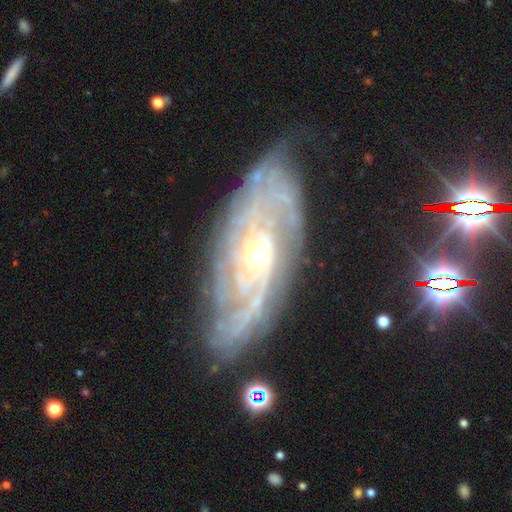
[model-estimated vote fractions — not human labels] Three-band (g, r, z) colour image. It shows a featured or disk galaxy (87%) with no bar (66%), tight (72%) spiral arms (96%) and a small central bulge (57%). Merging: none (77%).